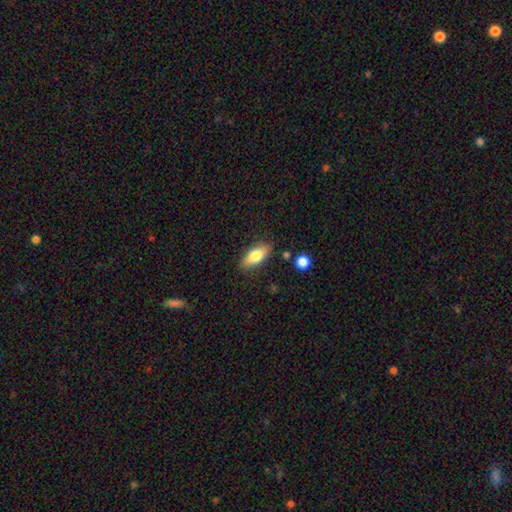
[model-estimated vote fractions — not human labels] smooth_or_featured: smooth (p=0.77) [alt: featured or disk p=0.17]
how_rounded: in between (p=0.82) [alt: cigar-shaped p=0.15]
merging: none (p=0.83) [alt: minor disturbance p=0.12]